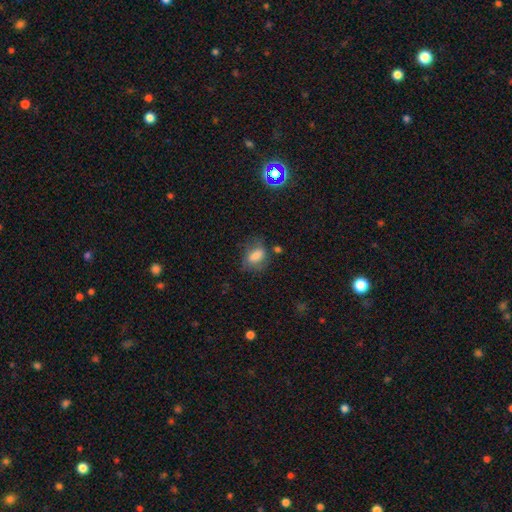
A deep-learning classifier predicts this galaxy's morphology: A smooth galaxy with no disk features (76%) that is in between round and cigar-shaped (81%).

Vote fractions:
- Smooth or featured? smooth: 76% / featured or disk: 13% / star or artifact: 10%
- How rounded? in between: 81% / round: 16% / cigar-shaped: 3%
- Merging? none: 52% / minor disturbance: 28% / major disturbance: 15% / merger: 5%